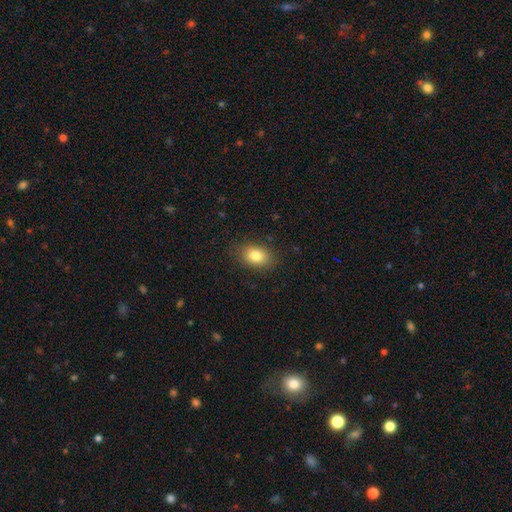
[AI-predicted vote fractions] Smooth or featured: smooth — 83% (star or artifact — 9%)
How rounded: in between — 78% (round — 21%)
Merging: none — 85% (minor disturbance — 11%)